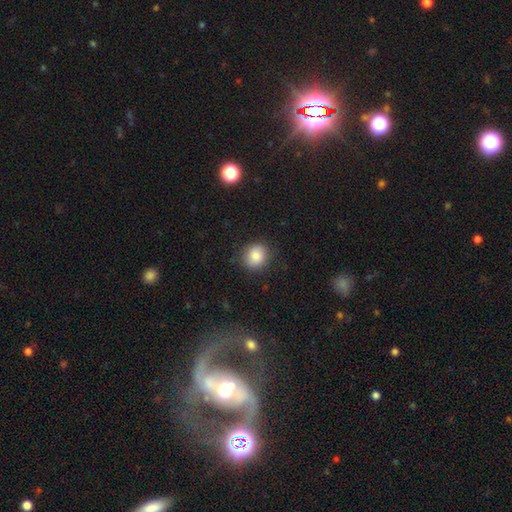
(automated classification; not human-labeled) Morphology: type=smooth (85%); roundness=round (79%); merging=none (85%).